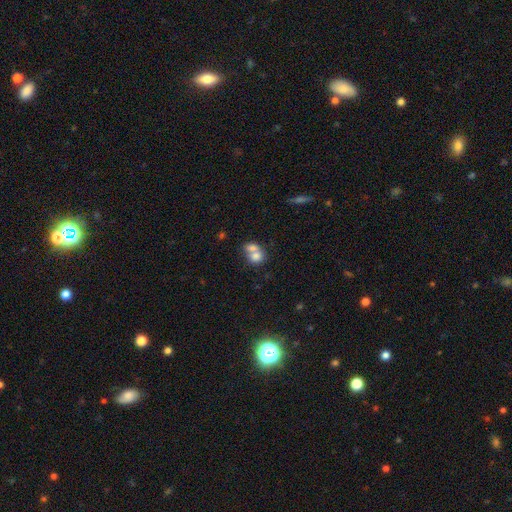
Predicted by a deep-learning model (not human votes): smooth 73%, featured or disk 19%, star or artifact 9%. Down the decision tree: how rounded — round (54%); merging — merger (68%).